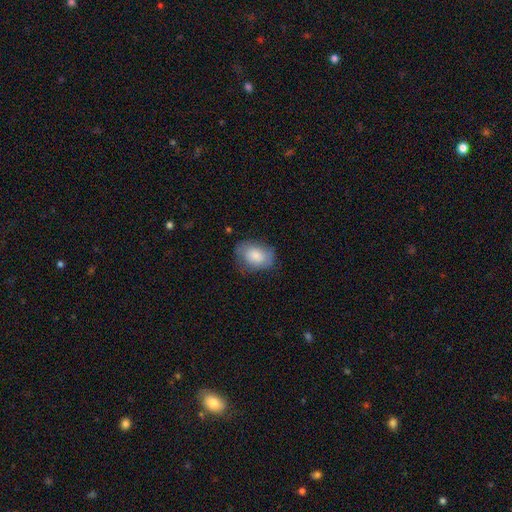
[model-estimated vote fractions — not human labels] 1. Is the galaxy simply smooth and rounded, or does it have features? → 76% smooth, 17% featured or disk, 7% star or artifact.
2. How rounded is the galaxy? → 78% in between, 21% round, 1% cigar-shaped.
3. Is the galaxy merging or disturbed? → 67% none, 24% minor disturbance, 8% major disturbance, 1% merger.